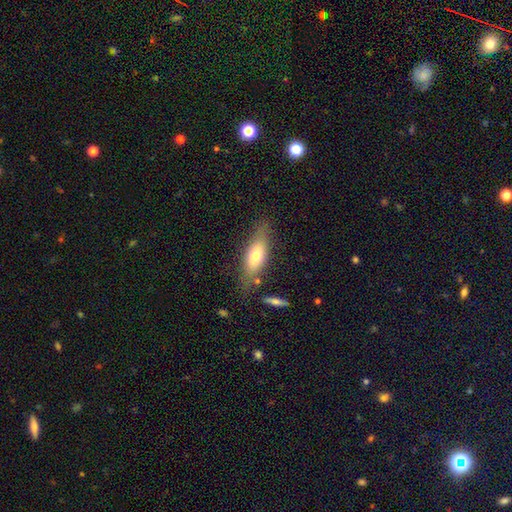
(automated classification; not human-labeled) Smooth or featured? smooth (62%)
How rounded? in between (60%)
Merging? none (71%)